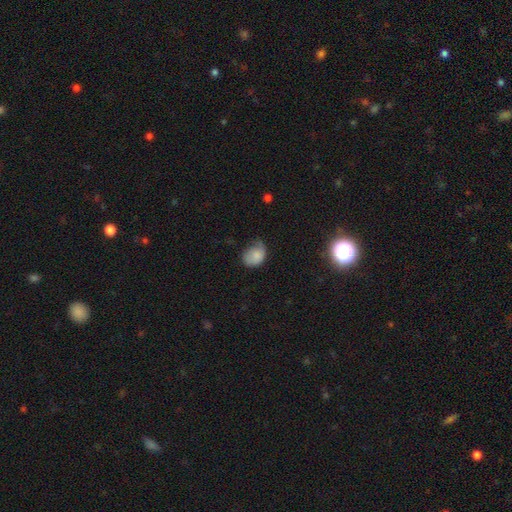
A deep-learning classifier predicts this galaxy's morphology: Smooth or featured? smooth (80%)
How rounded? in between (63%)
Merging? minor disturbance (43%)